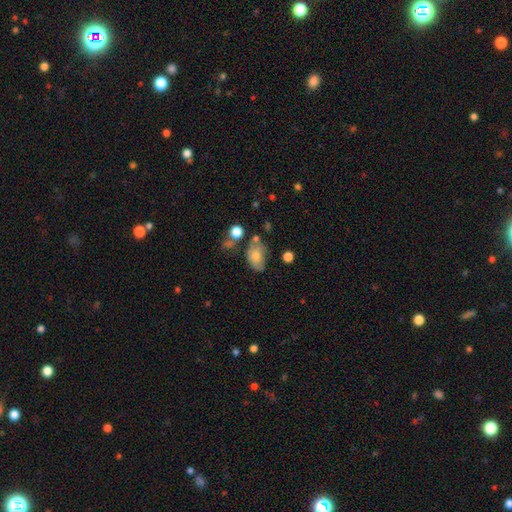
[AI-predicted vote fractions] Q: Smooth or featured?
A: smooth (68%); runner-up: featured or disk (23%)
Q: How rounded?
A: in between (84%); runner-up: round (15%)
Q: Merging?
A: none (42%); runner-up: minor disturbance (30%)